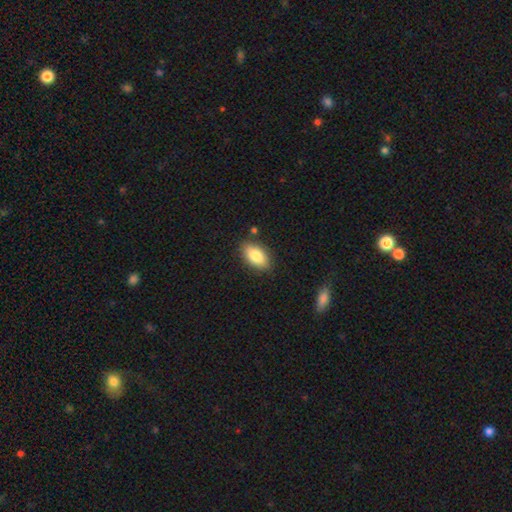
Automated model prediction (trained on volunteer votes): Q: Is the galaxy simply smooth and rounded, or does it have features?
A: smooth — 84%.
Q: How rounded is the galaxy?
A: in between — 92%.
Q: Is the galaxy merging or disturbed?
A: none — 83%.